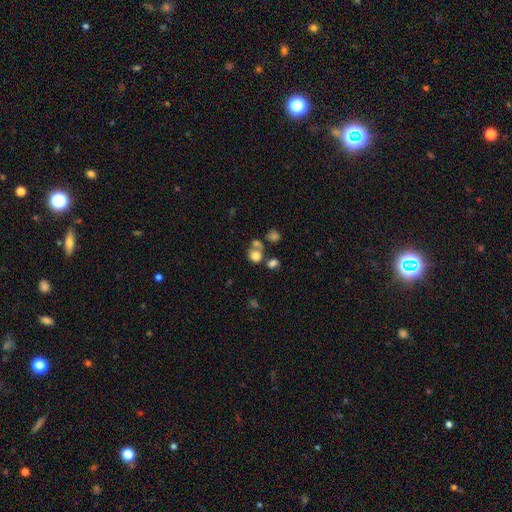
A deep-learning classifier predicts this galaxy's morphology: smooth_or_featured: smooth (p=0.77) [alt: star or artifact p=0.13]
how_rounded: round (p=0.77) [alt: in between p=0.22]
merging: none (p=0.47) [alt: merger p=0.34]